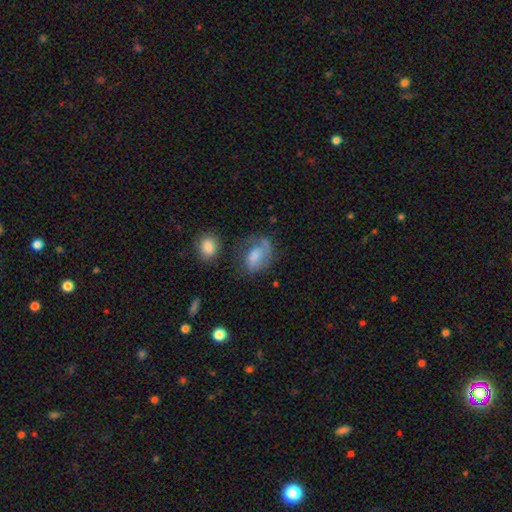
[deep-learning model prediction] Overall: smooth (58%; featured or disk 32%). How rounded: in between (84%). Merging: none (41%; minor disturbance 26%).